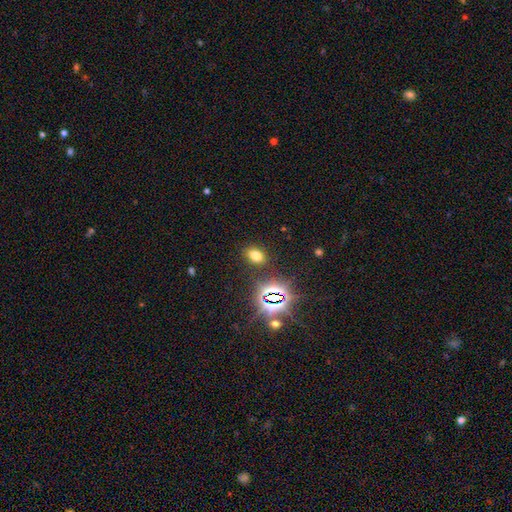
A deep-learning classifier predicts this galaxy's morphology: Q: Smooth or featured?
A: smooth (65%); runner-up: star or artifact (27%)
Q: How rounded?
A: in between (81%); runner-up: round (17%)
Q: Merging?
A: none (86%); runner-up: minor disturbance (8%)